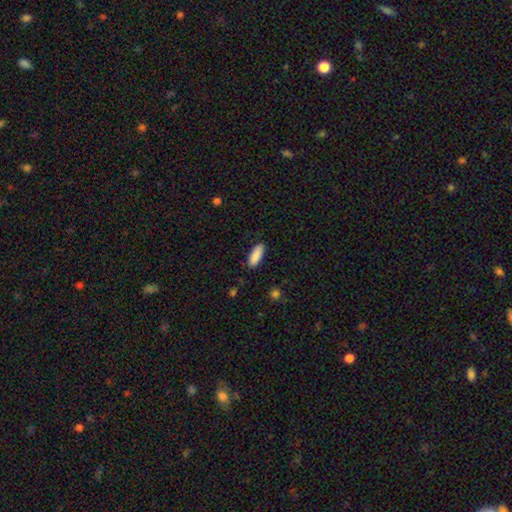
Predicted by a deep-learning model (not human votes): Smooth or featured?
  - smooth: 90% *
  - star or artifact: 6%
  - featured or disk: 4%
How rounded?
  - in between: 67% *
  - cigar-shaped: 31%
  - round: 2%
Merging?
  - none: 87% *
  - minor disturbance: 10%
  - major disturbance: 2%
  - merger: 1%